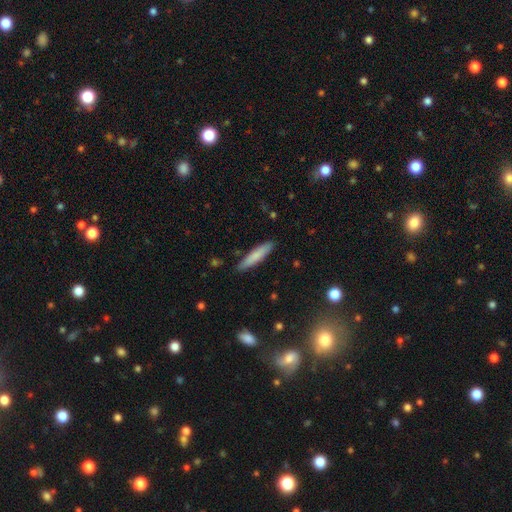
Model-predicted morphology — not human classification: A smooth galaxy with no disk features (79%) that is cigar-shaped (86%).

Vote fractions:
- Smooth or featured? smooth: 79% / featured or disk: 15% / star or artifact: 6%
- How rounded? cigar-shaped: 86% / in between: 13% / round: 1%
- Merging? none: 87% / minor disturbance: 9% / major disturbance: 2% / merger: 1%